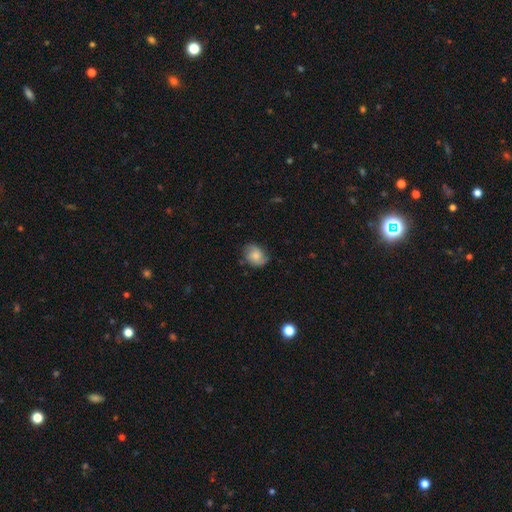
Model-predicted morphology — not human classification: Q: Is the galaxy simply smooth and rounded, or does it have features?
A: smooth — 57%.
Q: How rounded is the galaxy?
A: in between — 54%.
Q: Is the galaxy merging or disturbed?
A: none — 68%.